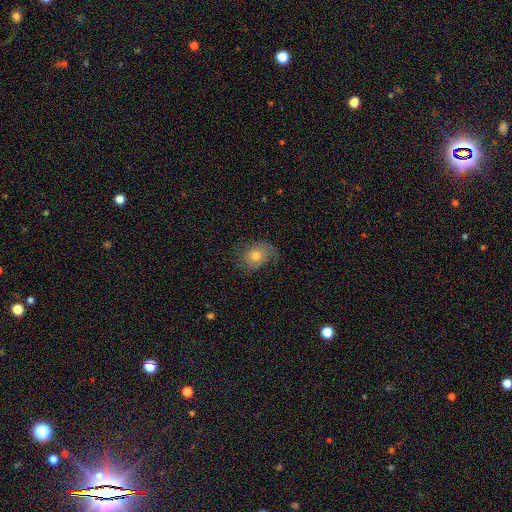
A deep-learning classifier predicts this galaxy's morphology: A smooth galaxy with no disk features (57%) that is round (51%). Merging: none (59%).